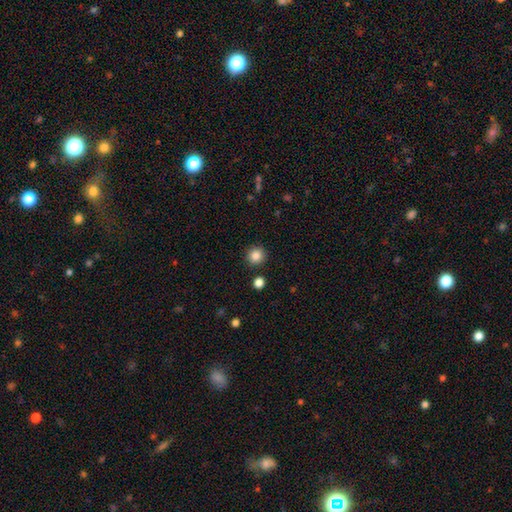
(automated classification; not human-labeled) smooth-or-featured: smooth: 86% | star or artifact: 11% | featured or disk: 4%
  how-rounded: round: 92% | in between: 7% | cigar-shaped: 1%
  merging: none: 89% | minor disturbance: 6% | merger: 3% | major disturbance: 2%